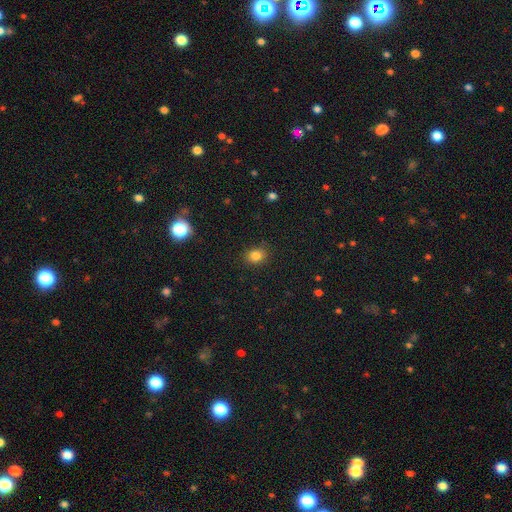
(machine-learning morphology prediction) A smooth galaxy with no disk features (83%) that is round (61%). Merging: none (86%).